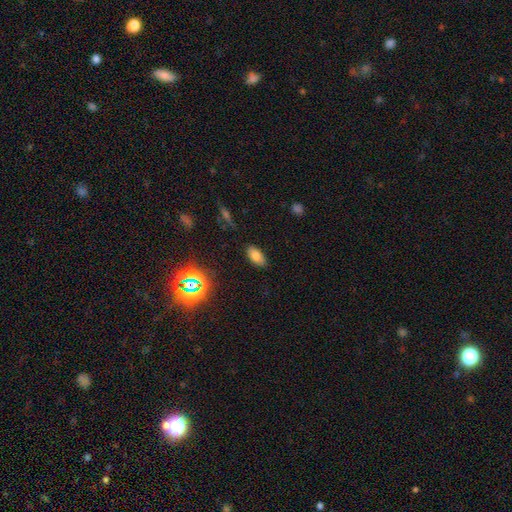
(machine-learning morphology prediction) Smooth or featured: smooth — 72% (star or artifact — 17%)
How rounded: in between — 92% (round — 4%)
Merging: none — 85% (minor disturbance — 11%)